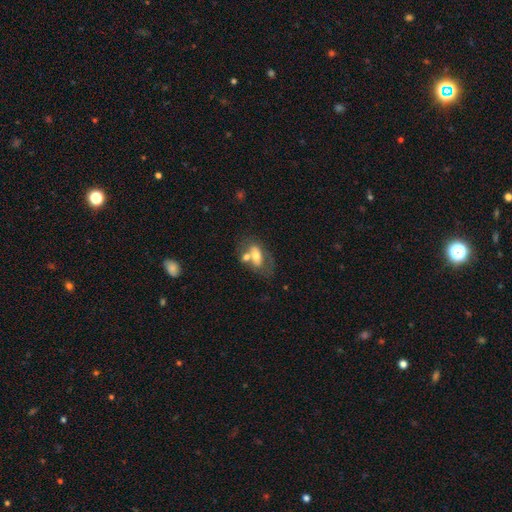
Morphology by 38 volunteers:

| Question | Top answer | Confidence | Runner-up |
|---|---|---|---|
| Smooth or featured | smooth | 71% | featured or disk (26%) |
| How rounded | in between | 85% | cigar-shaped (11%) |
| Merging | merger | 65% | none (22%) |